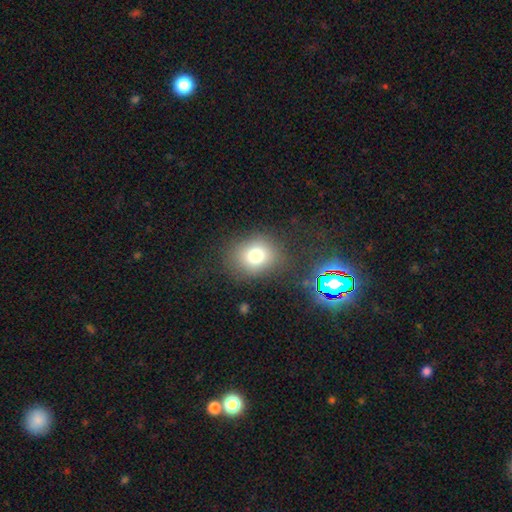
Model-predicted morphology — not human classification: smooth_or_featured: smooth (p=0.75) [alt: star or artifact p=0.15]
how_rounded: round (p=0.63) [alt: in between p=0.36]
merging: none (p=0.78) [alt: minor disturbance p=0.12]